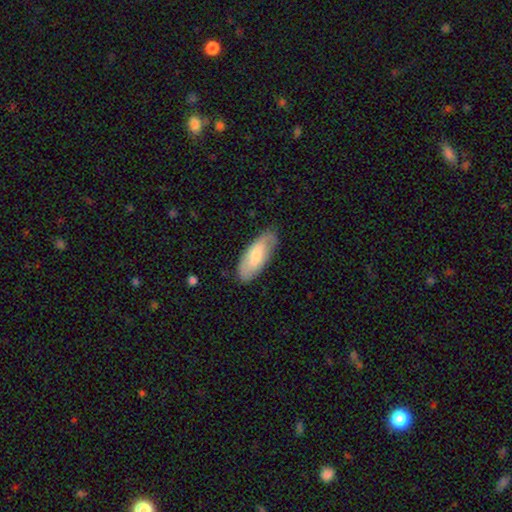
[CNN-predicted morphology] This is likely a smooth galaxy (70%). How rounded: clearly in between (83%). Merging: likely none (78%).